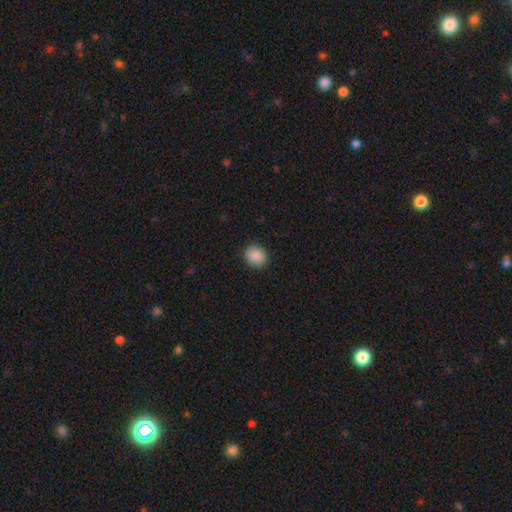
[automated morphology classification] smooth 89%, star or artifact 8%, featured or disk 3%. Down the decision tree: how rounded — round (67%); merging — none (90%).